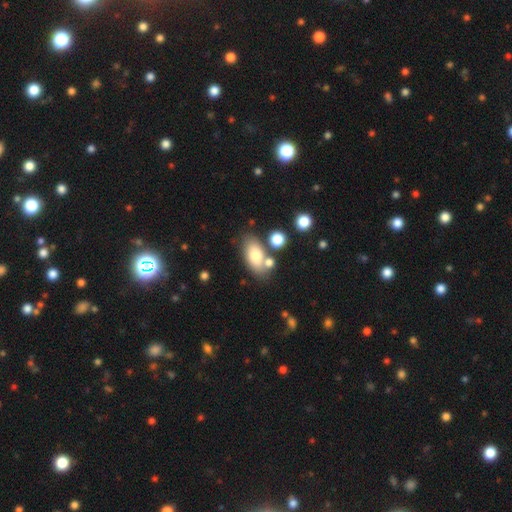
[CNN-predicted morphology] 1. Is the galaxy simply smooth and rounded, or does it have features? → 74% smooth, 18% featured or disk, 8% star or artifact.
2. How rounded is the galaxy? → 88% in between, 7% round, 5% cigar-shaped.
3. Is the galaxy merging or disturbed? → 65% none, 16% merger, 14% minor disturbance, 4% major disturbance.